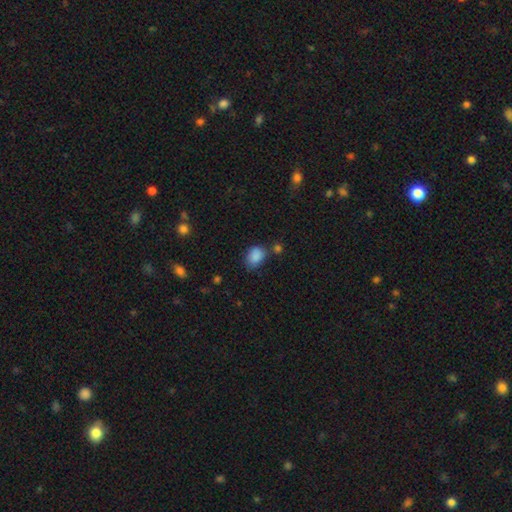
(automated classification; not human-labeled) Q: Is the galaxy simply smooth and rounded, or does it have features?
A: smooth — 86%.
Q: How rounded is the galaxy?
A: in between — 72%.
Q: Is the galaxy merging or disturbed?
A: none — 59%.